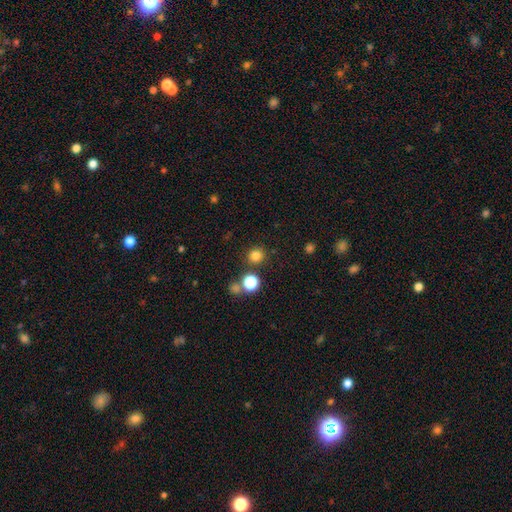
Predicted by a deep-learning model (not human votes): Overall: smooth (80%). How rounded: round (93%). Merging: none (85%).